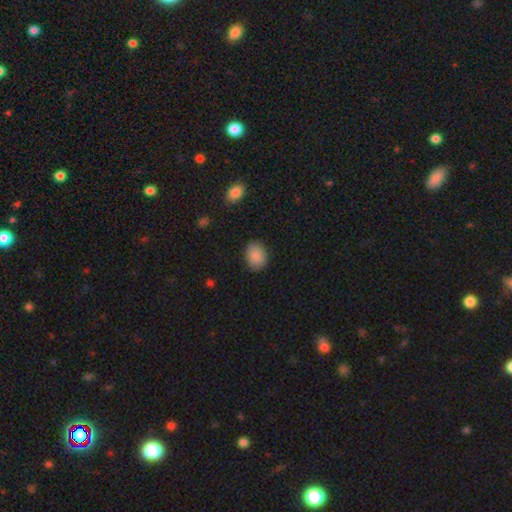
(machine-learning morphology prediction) Q: Smooth or featured?
A: smooth (88%); runner-up: star or artifact (7%)
Q: How rounded?
A: in between (62%); runner-up: round (37%)
Q: Merging?
A: none (85%); runner-up: minor disturbance (12%)